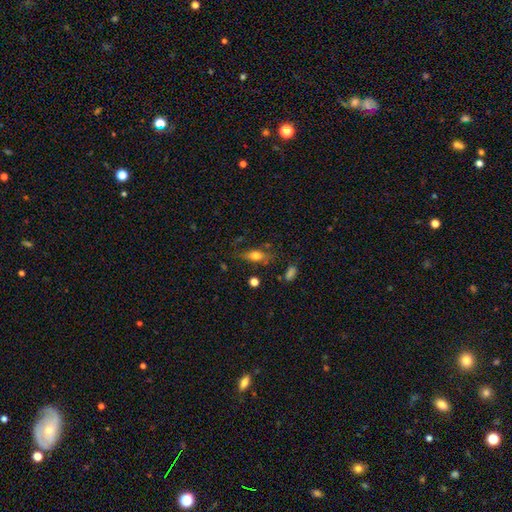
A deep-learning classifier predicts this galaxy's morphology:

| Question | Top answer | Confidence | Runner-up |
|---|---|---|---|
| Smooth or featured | smooth | 63% | featured or disk (27%) |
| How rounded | in between | 65% | cigar-shaped (27%) |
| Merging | none | 64% | minor disturbance (22%) |